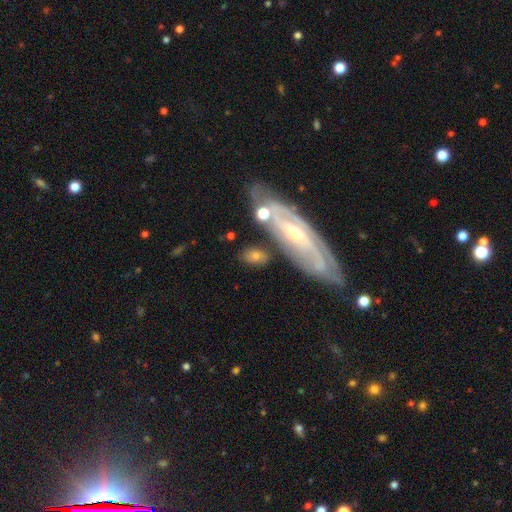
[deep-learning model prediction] smooth-or-featured: smooth: 51% | featured or disk: 41% | star or artifact: 7%
  how-rounded: in between: 70% | round: 19% | cigar-shaped: 11%
  merging: none: 67% | minor disturbance: 16% | merger: 11% | major disturbance: 6%